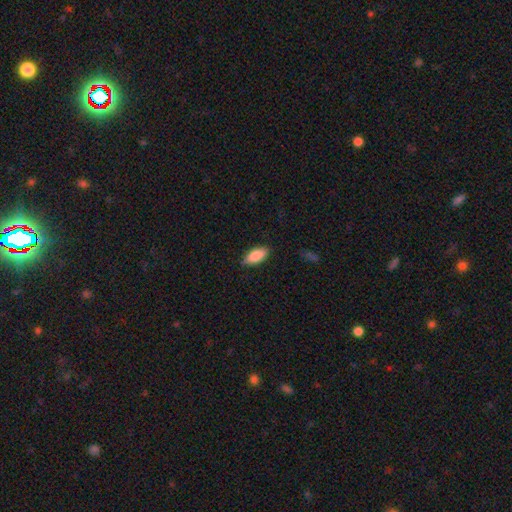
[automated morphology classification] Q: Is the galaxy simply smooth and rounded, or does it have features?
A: smooth — 87%.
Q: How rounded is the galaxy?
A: in between — 86%.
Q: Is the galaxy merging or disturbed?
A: none — 83%.